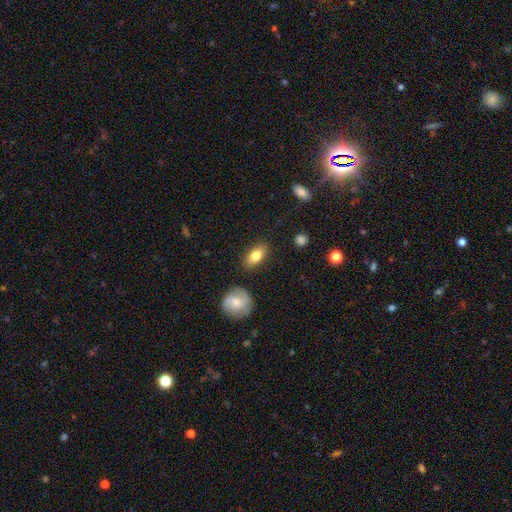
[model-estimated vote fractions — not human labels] Q: Smooth or featured?
A: smooth (77%); runner-up: featured or disk (16%)
Q: How rounded?
A: in between (83%); runner-up: cigar-shaped (11%)
Q: Merging?
A: none (85%); runner-up: minor disturbance (10%)